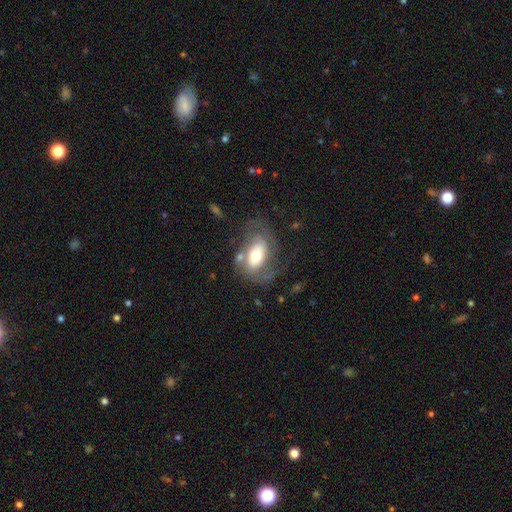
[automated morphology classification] A featured or disk galaxy (56%) with no bar (61%), spiral arms (71%) and a moderate central bulge (61%).

Vote fractions:
- Smooth or featured? featured or disk: 56% / smooth: 37% / star or artifact: 7%
- Edge-on disk? no: 94% / yes: 6%
- Bar? no: 61% / weak: 26% / strong: 13%
- Spiral arms? yes: 71% / no: 29%
- Bulge size? moderate: 61% / large: 20% / small: 16% / dominant: 2% / none: 1%
- Merging? none: 46% / major disturbance: 22% / minor disturbance: 22% / merger: 9%